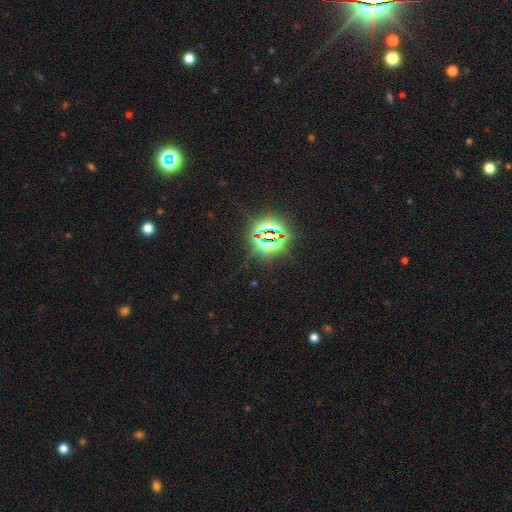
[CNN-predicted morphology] Smooth or featured? star or artifact (82%)